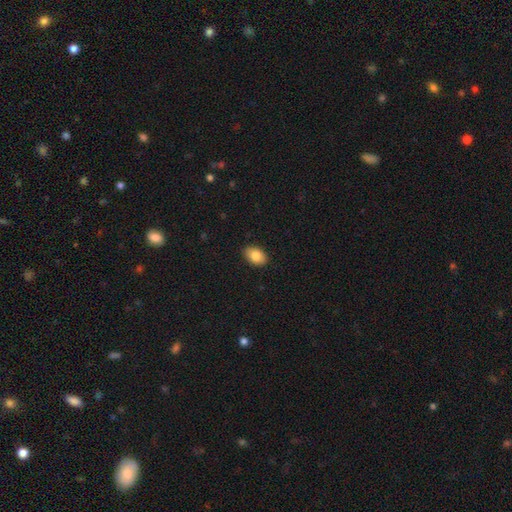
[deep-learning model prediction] A smooth galaxy with no disk features (84%) that is in between round and cigar-shaped (88%). Merging: none (89%).